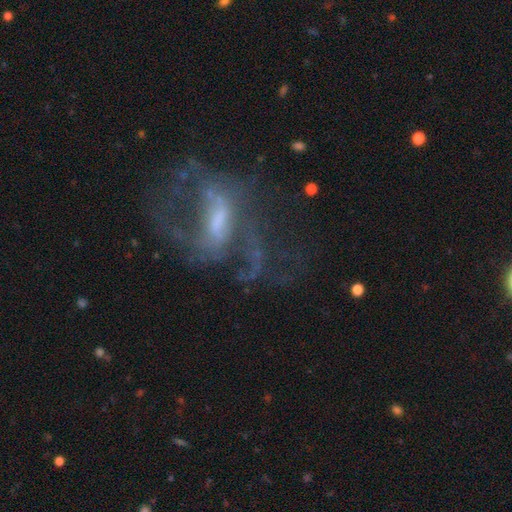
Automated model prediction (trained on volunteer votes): Overall: featured or disk (75%). Edge-on disk: no (89%). Bar: weak (40%; strong 38%). Spiral arms: yes (71%). Bulge size: small (42%; moderate 36%). Merging: none (48%; major disturbance 34%).